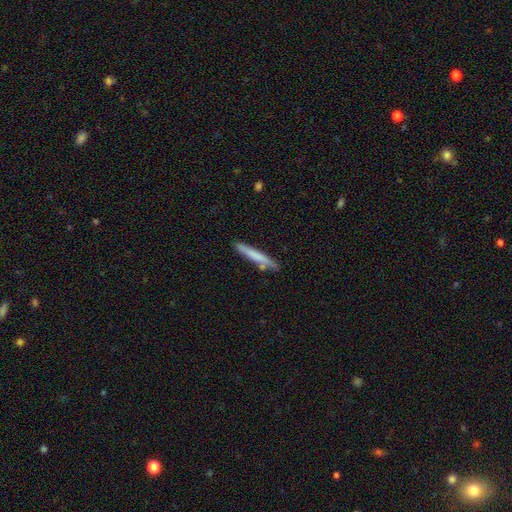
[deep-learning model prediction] smooth-or-featured: smooth: 66% | featured or disk: 28% | star or artifact: 5%
  how-rounded: cigar-shaped: 95% | in between: 4% | round: 1%
  merging: none: 80% | minor disturbance: 13% | merger: 5% | major disturbance: 2%